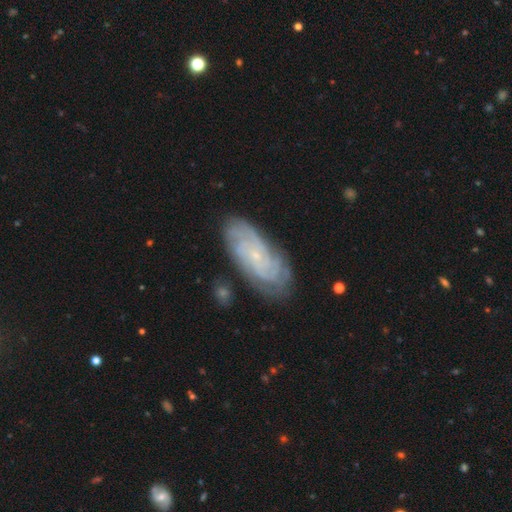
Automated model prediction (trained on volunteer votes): Smooth or featured? Predicted: featured or disk (p=0.81). Edge-on disk? Predicted: no (p=0.94). Bar? Predicted: no (p=0.75). Spiral arms? Predicted: yes (p=0.96). Spiral winding? Predicted: tight (p=0.75). Spiral arm count? Predicted: can't tell (p=0.35). Bulge size? Predicted: small (p=0.86). Merging? Predicted: none (p=0.78).